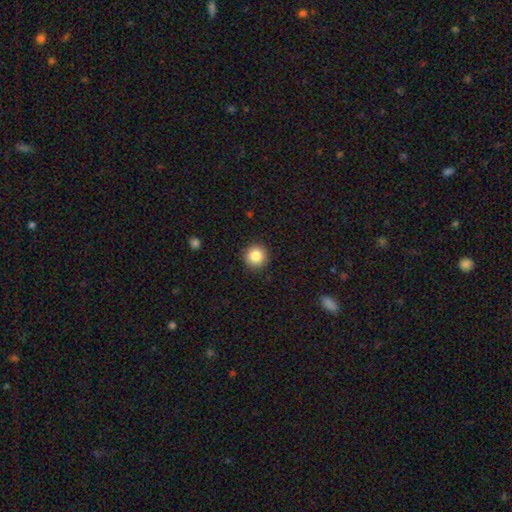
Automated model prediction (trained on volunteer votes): smooth_or_featured: smooth (p=0.84) [alt: star or artifact p=0.10]
how_rounded: round (p=0.95) [alt: in between p=0.04]
merging: none (p=0.92) [alt: minor disturbance p=0.05]